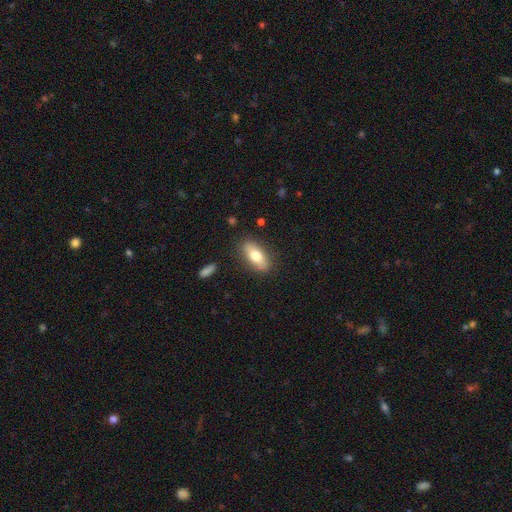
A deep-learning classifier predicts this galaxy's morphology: smooth_or_featured: smooth (p=0.74) [alt: featured or disk p=0.20]
how_rounded: in between (p=0.80) [alt: cigar-shaped p=0.16]
merging: none (p=0.84) [alt: minor disturbance p=0.11]